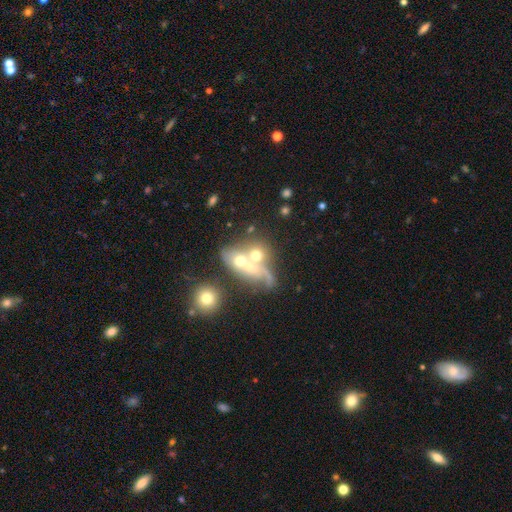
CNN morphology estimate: Smooth or featured?
  - smooth: 49% *
  - featured or disk: 35%
  - star or artifact: 16%
Merging?
  - merger: 64% *
  - none: 19%
  - major disturbance: 10%
  - minor disturbance: 7%